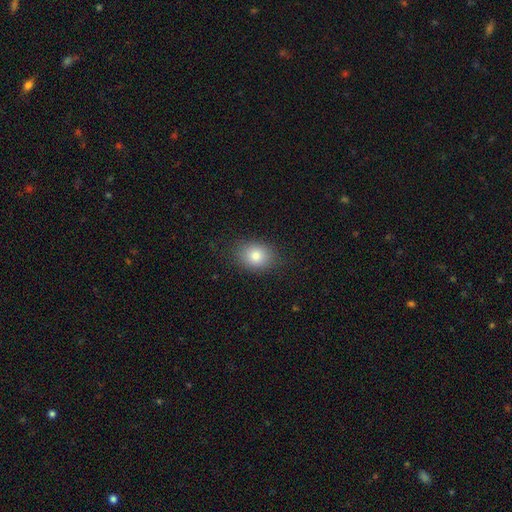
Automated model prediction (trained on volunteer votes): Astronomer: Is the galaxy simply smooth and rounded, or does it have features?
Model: smooth — 82%.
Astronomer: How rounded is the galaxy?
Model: in between — 54% (runner-up: round, 45%).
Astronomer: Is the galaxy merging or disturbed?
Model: none — 83%.